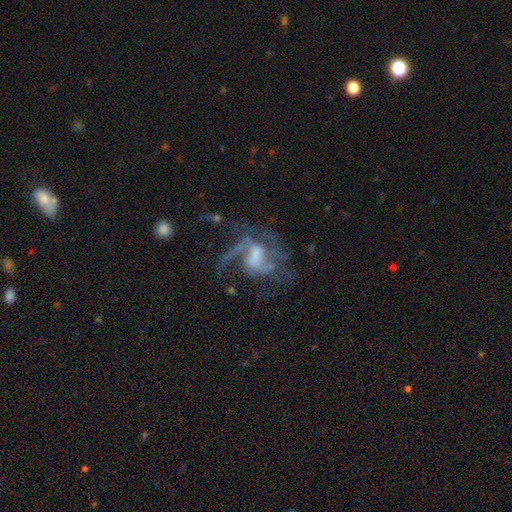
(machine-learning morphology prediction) type=featured or disk (81%); edge-on=no (97%); bar=weak (46%); spiral arms=yes (86%); winding=loose (43%, tied with medium); arm count=2 (37%); bulge=moderate (35%); merging=major disturbance (42%).